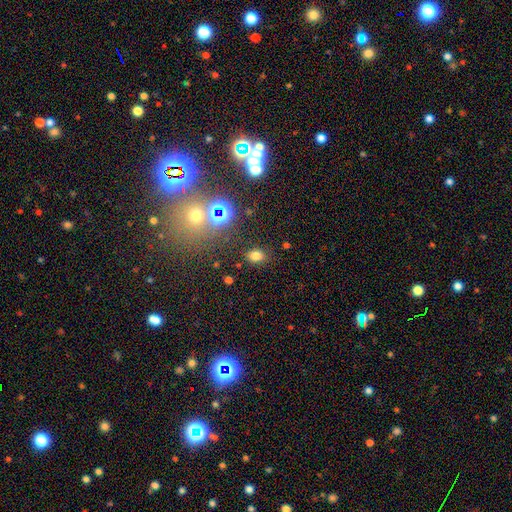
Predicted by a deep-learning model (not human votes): A smooth galaxy with no disk features (74%) that is in between round and cigar-shaped (70%).

Vote fractions:
- Smooth or featured? smooth: 74% / star or artifact: 19% / featured or disk: 7%
- How rounded? in between: 70% / round: 28% / cigar-shaped: 1%
- Merging? none: 83% / minor disturbance: 10% / major disturbance: 4% / merger: 3%